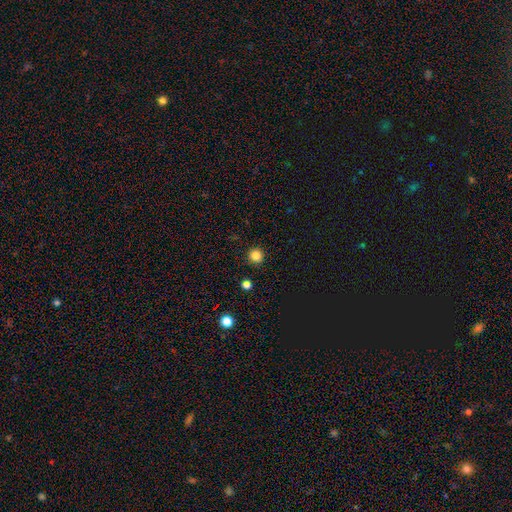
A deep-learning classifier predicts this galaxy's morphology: Q: Smooth or featured?
A: smooth (83%); runner-up: star or artifact (13%)
Q: How rounded?
A: round (95%); runner-up: in between (4%)
Q: Merging?
A: none (92%); runner-up: minor disturbance (5%)